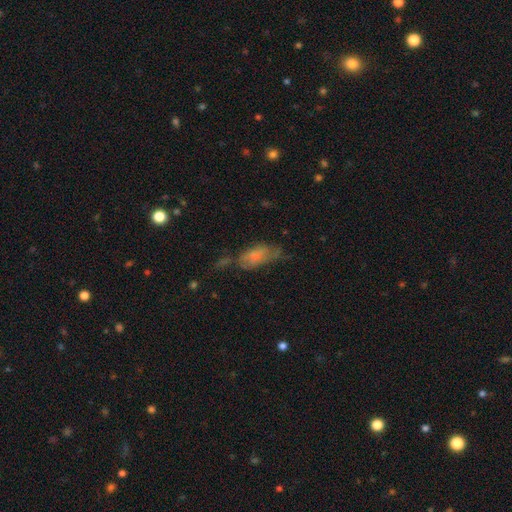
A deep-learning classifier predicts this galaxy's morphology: Smooth or featured? Predicted: smooth (p=0.59). How rounded? Predicted: in between (p=0.77). Merging? Predicted: none (p=0.36).